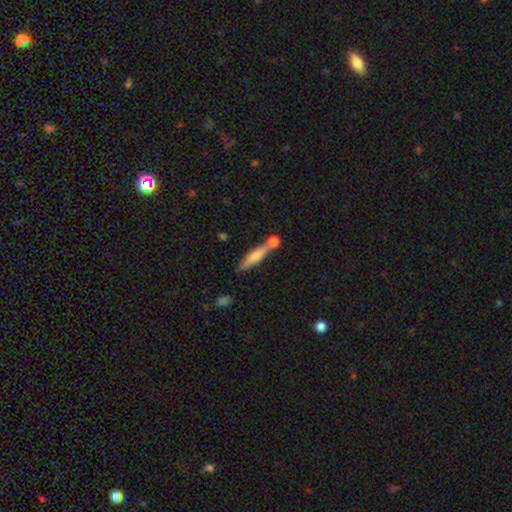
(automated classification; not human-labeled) This appears to be a smooth galaxy with no disk features (65%) that is cigar-shaped (84%). Merging: none (58%).